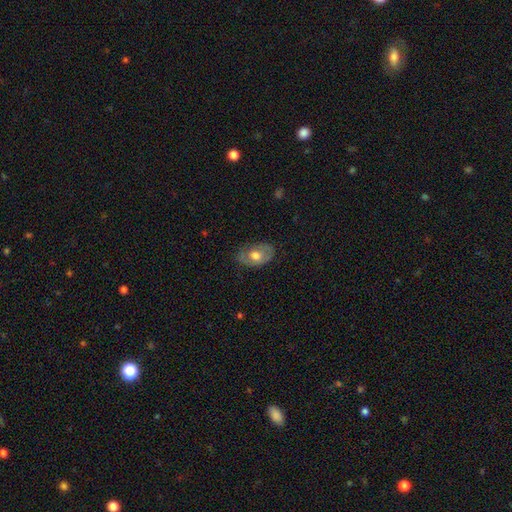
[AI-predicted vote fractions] Q: Smooth or featured?
A: smooth (55%); runner-up: featured or disk (38%)
Q: How rounded?
A: in between (84%); runner-up: round (14%)
Q: Merging?
A: none (69%); runner-up: minor disturbance (23%)